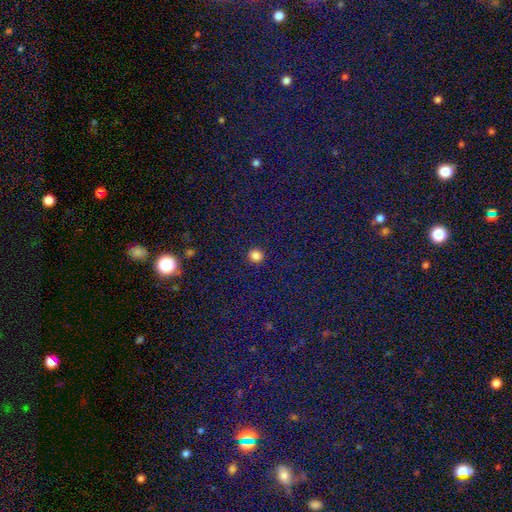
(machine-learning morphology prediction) A smooth galaxy with no disk features (83%) that is round (86%).

Vote fractions:
- Smooth or featured? smooth: 83% / star or artifact: 13% / featured or disk: 4%
- How rounded? round: 86% / in between: 13% / cigar-shaped: 1%
- Merging? none: 91% / minor disturbance: 6% / major disturbance: 2% / merger: 1%